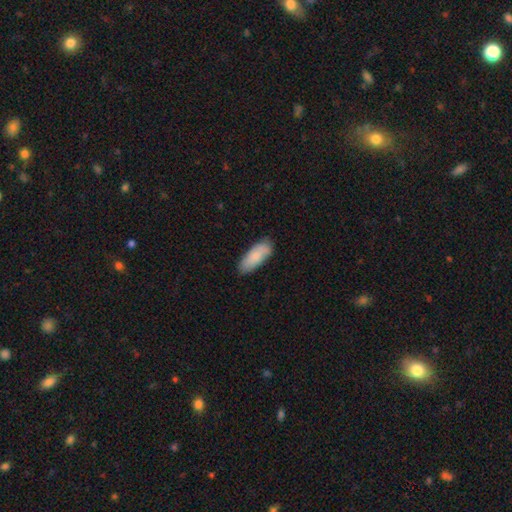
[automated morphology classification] The model was most divided on "how rounded": in between: 75%, cigar-shaped: 24%, round: 2%. More confident: smooth or featured — smooth (86%); merging — none (79%).